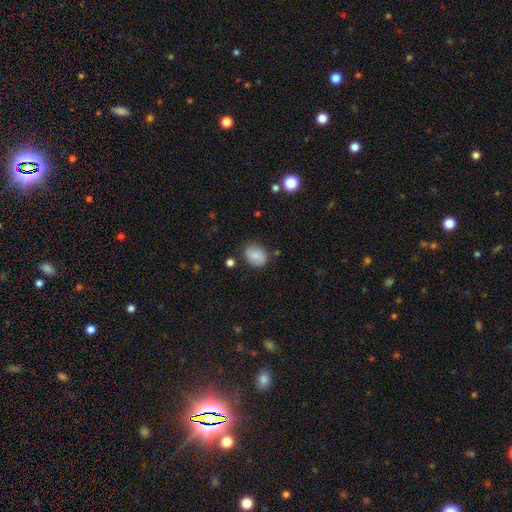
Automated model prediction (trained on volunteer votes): smooth_or_featured: smooth (p=0.81) [alt: featured or disk p=0.11]
how_rounded: in between (p=0.57) [alt: round p=0.42]
merging: none (p=0.77) [alt: minor disturbance p=0.16]